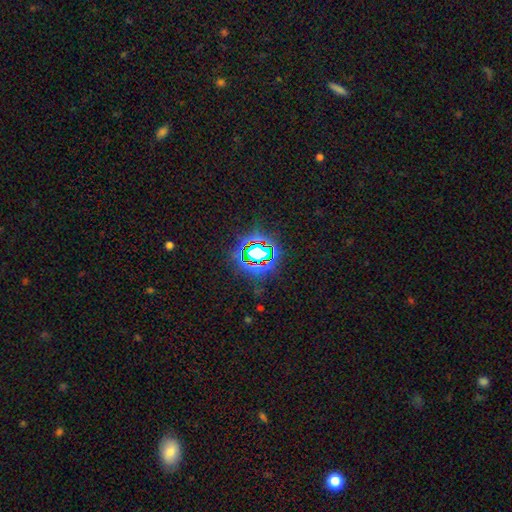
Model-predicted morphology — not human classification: Smooth or featured? Predicted: star or artifact (p=0.70).